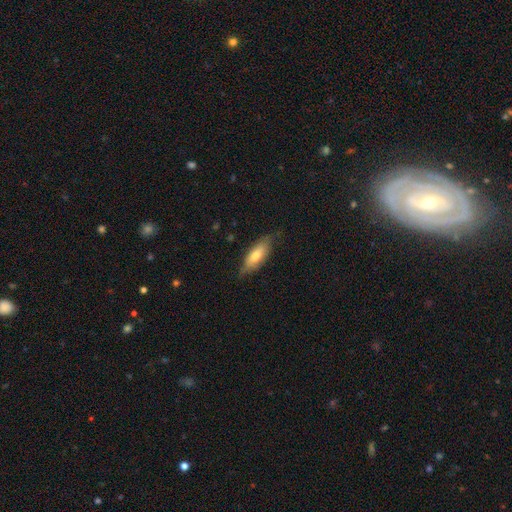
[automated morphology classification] Smooth or featured? Predicted: smooth (p=0.68). How rounded? Predicted: in between (p=0.69). Merging? Predicted: none (p=0.71).